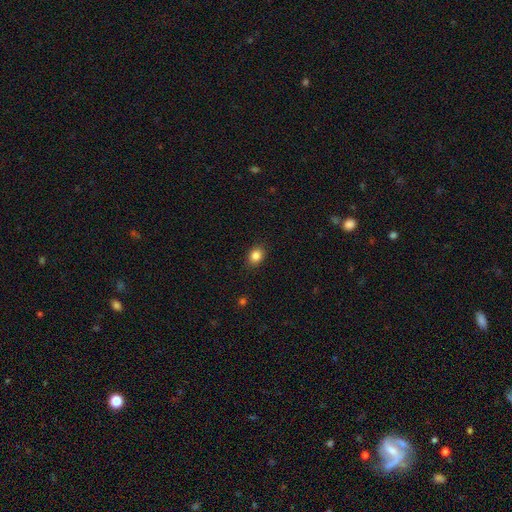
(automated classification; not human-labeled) Smooth or featured: smooth — 85% (star or artifact — 10%)
How rounded: in between — 50% (round — 49%)
Merging: none — 88% (minor disturbance — 9%)